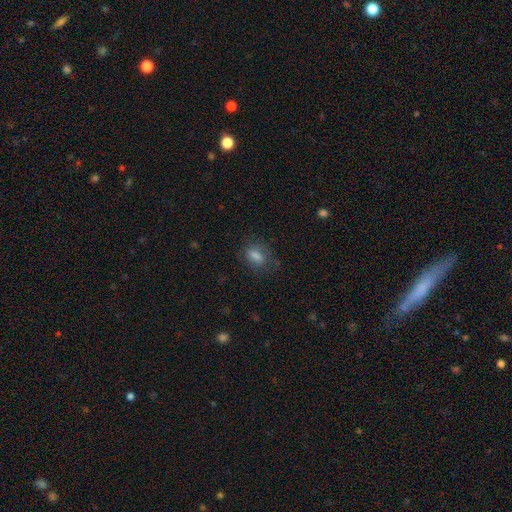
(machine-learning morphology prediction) A smooth galaxy with no disk features (76%) that is in between round and cigar-shaped (76%).

Vote fractions:
- Smooth or featured? smooth: 76% / star or artifact: 13% / featured or disk: 11%
- How rounded? in between: 76% / round: 20% / cigar-shaped: 4%
- Merging? none: 69% / minor disturbance: 20% / major disturbance: 9% / merger: 2%